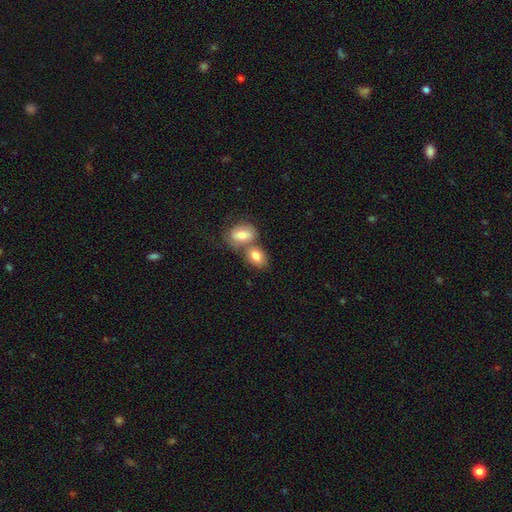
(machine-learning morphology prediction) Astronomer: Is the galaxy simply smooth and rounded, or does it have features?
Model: smooth — 80%.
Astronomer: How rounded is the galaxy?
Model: in between — 81%.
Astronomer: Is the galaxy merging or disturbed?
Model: merger — 53% (runner-up: none, 34%).